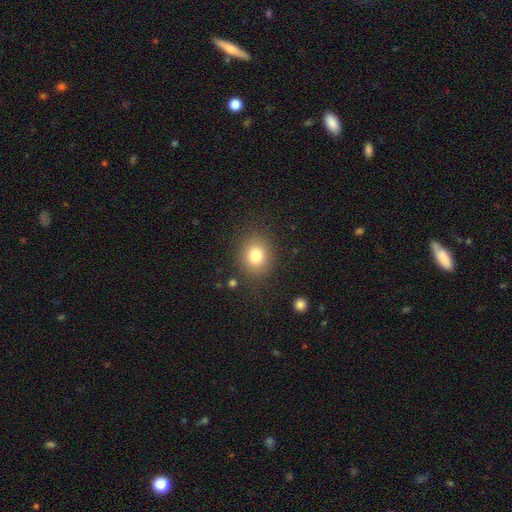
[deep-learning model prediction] Smooth or featured: smooth — 79% (star or artifact — 11%)
How rounded: round — 63% (in between — 36%)
Merging: none — 84% (minor disturbance — 10%)